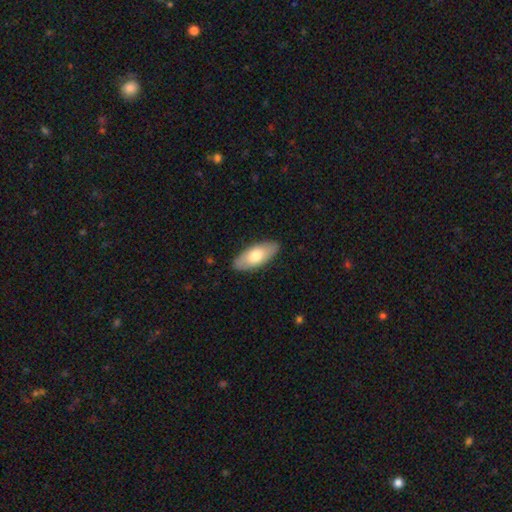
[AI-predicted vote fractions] Morphology: type=smooth (71%); roundness=in between (84%); merging=none (88%).